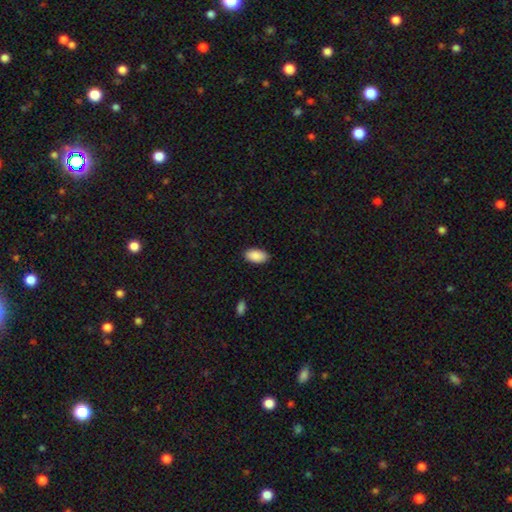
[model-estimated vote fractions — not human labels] smooth-or-featured: smooth: 90% | star or artifact: 6% | featured or disk: 4%
  how-rounded: in between: 95% | round: 3% | cigar-shaped: 2%
  merging: none: 87% | minor disturbance: 10% | major disturbance: 2% | merger: 1%